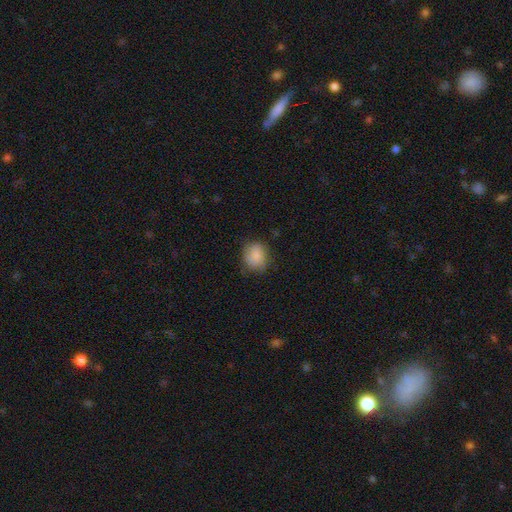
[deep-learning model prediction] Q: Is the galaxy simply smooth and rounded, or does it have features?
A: smooth — 81%.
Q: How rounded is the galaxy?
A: round — 69%.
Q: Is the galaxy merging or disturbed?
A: none — 71%.